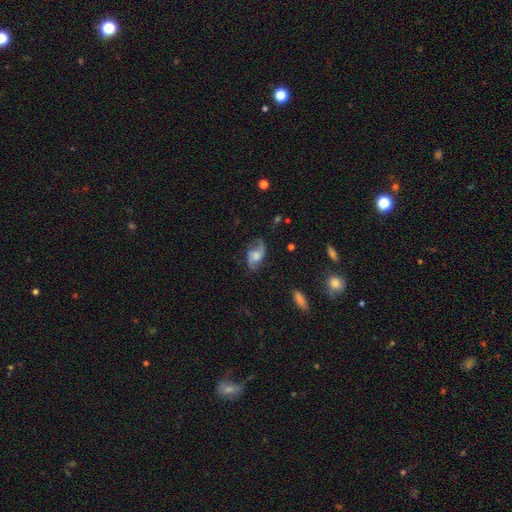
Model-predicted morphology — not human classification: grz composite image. It shows a featured or disk galaxy (77%) with no bar (53%), 2 (90%) loose (59%) spiral arms (94%) and a moderate central bulge (38%). Merging: none (71%).